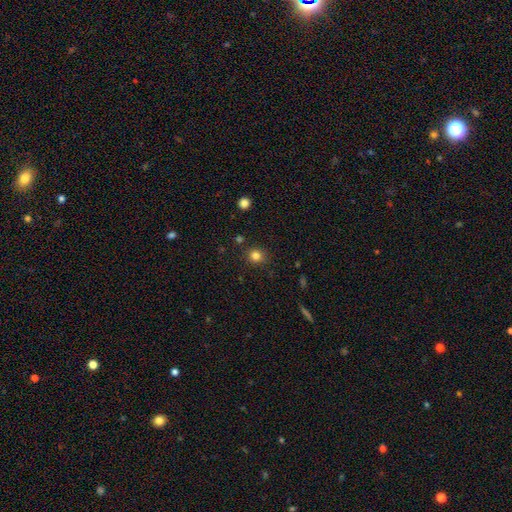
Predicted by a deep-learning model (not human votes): Morphology: type=smooth (81%); roundness=round (84%); merging=none (86%).